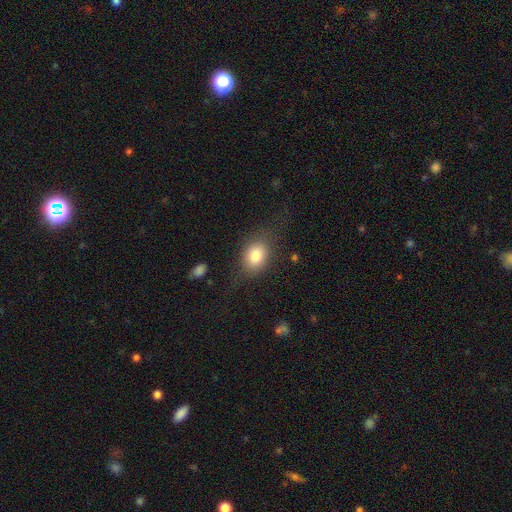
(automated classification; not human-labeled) A smooth galaxy with no disk features (78%) that is in between round and cigar-shaped (65%). Merging: none (69%).